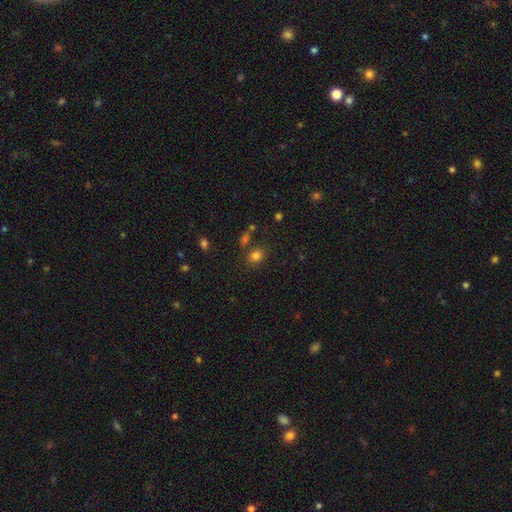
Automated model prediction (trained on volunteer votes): Smooth or featured? smooth (79%)
How rounded? in between (56%)
Merging? none (73%)